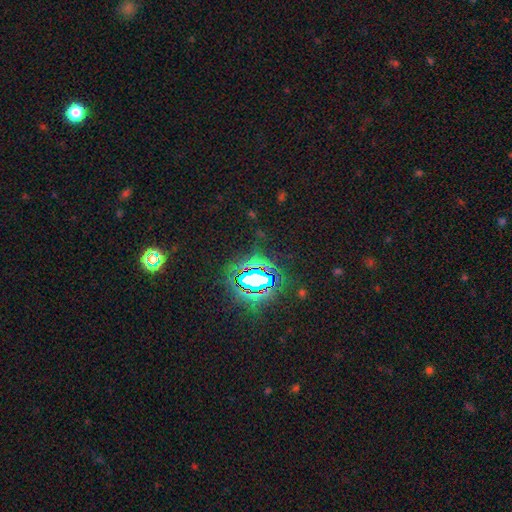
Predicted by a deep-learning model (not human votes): This is likely a star or artifact rather than a galaxy (79%).